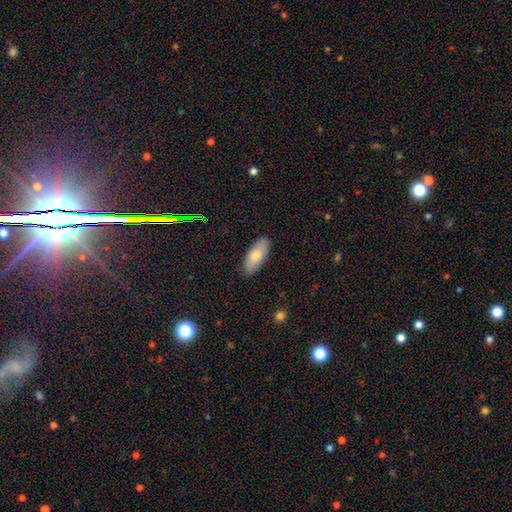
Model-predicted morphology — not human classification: A smooth galaxy with no disk features (77%) that is in between round and cigar-shaped (84%).

Vote fractions:
- Smooth or featured? smooth: 77% / featured or disk: 17% / star or artifact: 6%
- How rounded? in between: 84% / cigar-shaped: 14% / round: 2%
- Merging? none: 88% / minor disturbance: 9% / major disturbance: 2% / merger: 1%